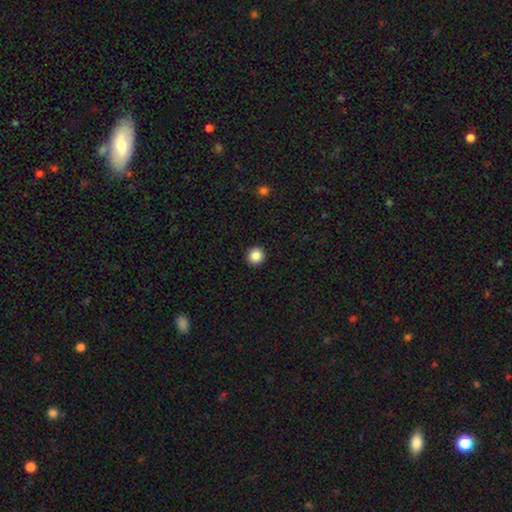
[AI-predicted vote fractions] Q: Smooth or featured?
A: smooth (87%); runner-up: star or artifact (9%)
Q: How rounded?
A: round (95%); runner-up: in between (4%)
Q: Merging?
A: none (93%); runner-up: minor disturbance (4%)